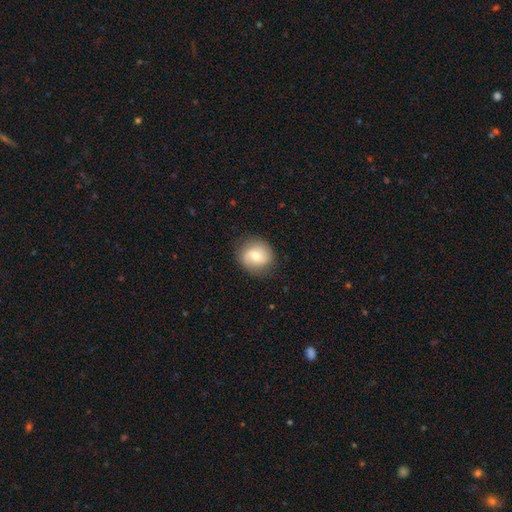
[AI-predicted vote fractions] This appears to be a smooth galaxy with no disk features (58%) that is round (81%). Merging: none (83%).